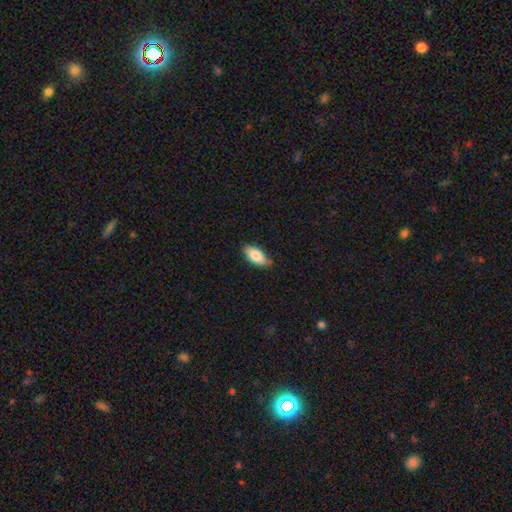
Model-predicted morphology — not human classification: A smooth galaxy with no disk features (82%) that is in between round and cigar-shaped (91%). Merging: none (75%).